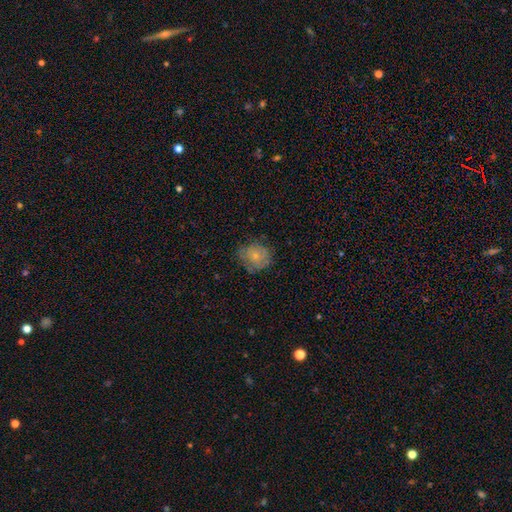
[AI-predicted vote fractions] smooth 68%, featured or disk 23%, star or artifact 9%. Down the decision tree: how rounded — round (76%); merging — none (63%).